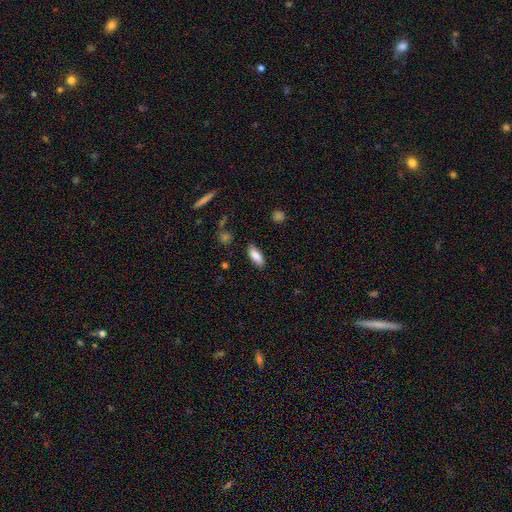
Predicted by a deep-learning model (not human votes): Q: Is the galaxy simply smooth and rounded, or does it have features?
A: smooth — 84%.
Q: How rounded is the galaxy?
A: in between — 68%.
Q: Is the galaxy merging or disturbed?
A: none — 86%.